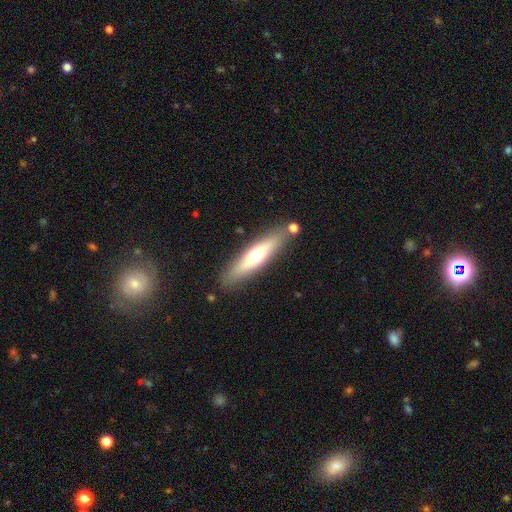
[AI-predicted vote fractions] A smooth galaxy with no disk features (51%) that is cigar-shaped (79%).

Vote fractions:
- Smooth or featured? smooth: 51% / featured or disk: 43% / star or artifact: 6%
- How rounded? cigar-shaped: 79% / in between: 19% / round: 2%
- Merging? none: 81% / minor disturbance: 11% / merger: 5% / major disturbance: 3%